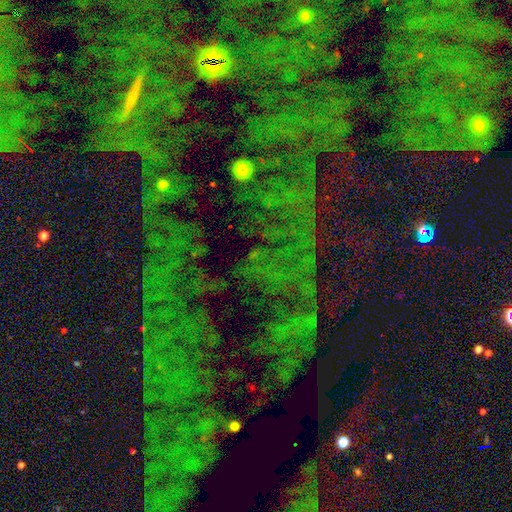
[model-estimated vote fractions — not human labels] Smooth or featured? Predicted: star or artifact (p=0.74).